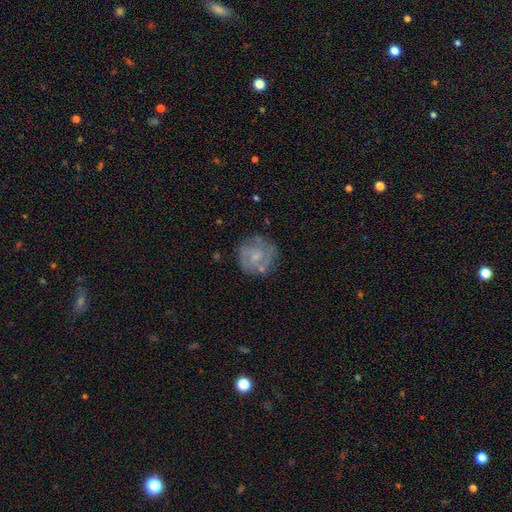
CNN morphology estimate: Smooth or featured?
  - featured or disk: 58% *
  - smooth: 34%
  - star or artifact: 8%
Edge-on disk?
  - no: 98% *
  - yes: 2%
Bar?
  - no: 69% *
  - weak: 27%
  - strong: 5%
Spiral arms?
  - yes: 59% *
  - no: 41%
Bulge size?
  - small: 50% *
  - moderate: 26%
  - none: 21%
  - large: 2%
  - dominant: 1%
Merging?
  - none: 69% *
  - minor disturbance: 18%
  - major disturbance: 9%
  - merger: 3%